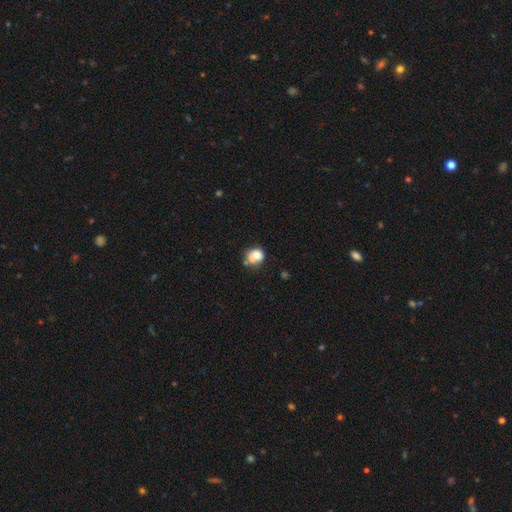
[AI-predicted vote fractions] Morphology: type=smooth (72%); roundness=round (69%); merging=merger (40%).